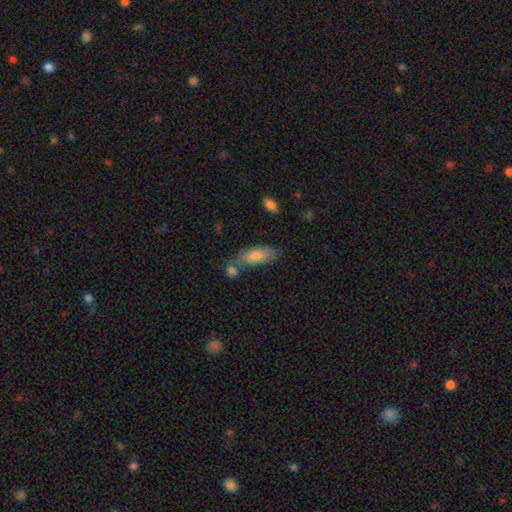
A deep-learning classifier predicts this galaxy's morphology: smooth-or-featured: smooth: 78% | featured or disk: 16% | star or artifact: 6%
  how-rounded: in between: 72% | cigar-shaped: 26% | round: 2%
  merging: none: 58% | merger: 20% | minor disturbance: 17% | major disturbance: 4%